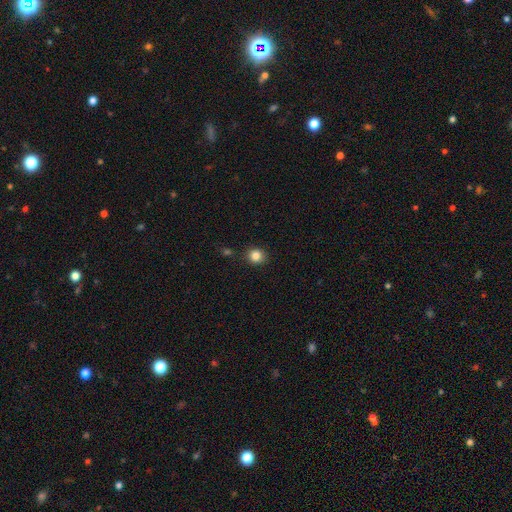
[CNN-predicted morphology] Smooth or featured? smooth (84%)
How rounded? round (82%)
Merging? none (87%)